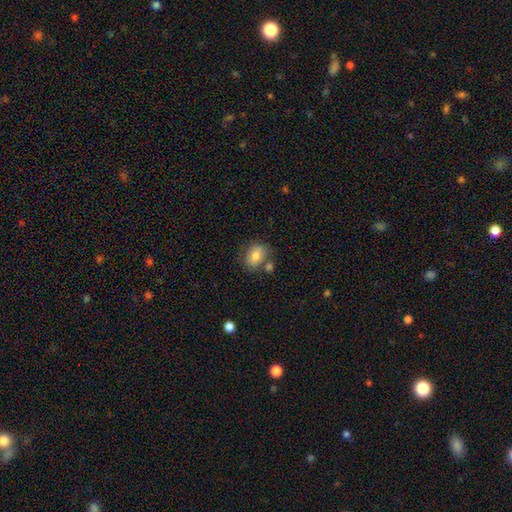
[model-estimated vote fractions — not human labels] Overall: smooth (77%). How rounded: in between (65%; round 34%). Merging: none (64%).